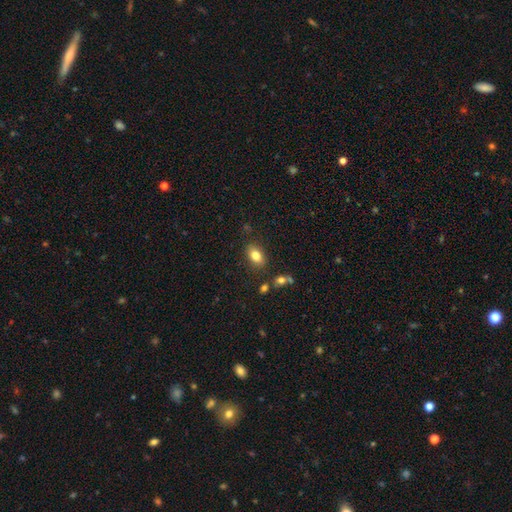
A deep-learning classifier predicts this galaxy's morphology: Smooth or featured: smooth — 82% (star or artifact — 9%)
How rounded: in between — 85% (round — 12%)
Merging: none — 83% (minor disturbance — 11%)